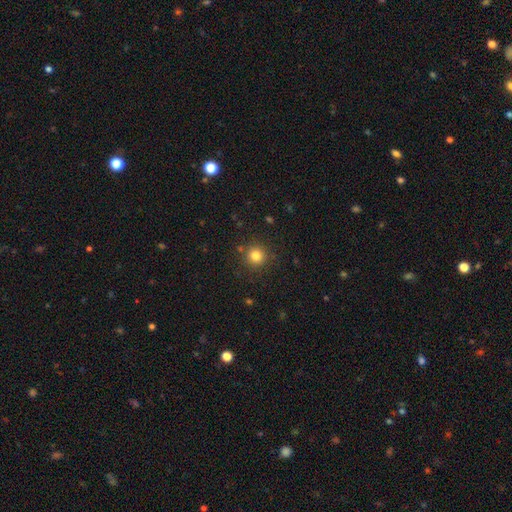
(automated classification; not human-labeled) Smooth or featured: smooth — 81% (star or artifact — 13%)
How rounded: round — 93% (in between — 6%)
Merging: none — 88% (minor disturbance — 7%)